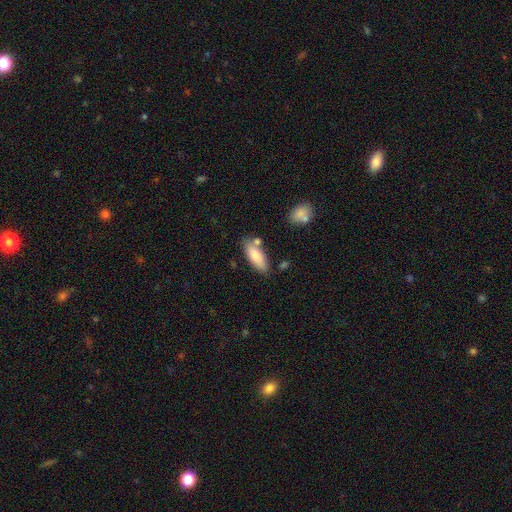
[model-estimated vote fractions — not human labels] This appears to be a smooth galaxy with no disk features (82%) that is in between round and cigar-shaped (71%). Merging: none (70%).